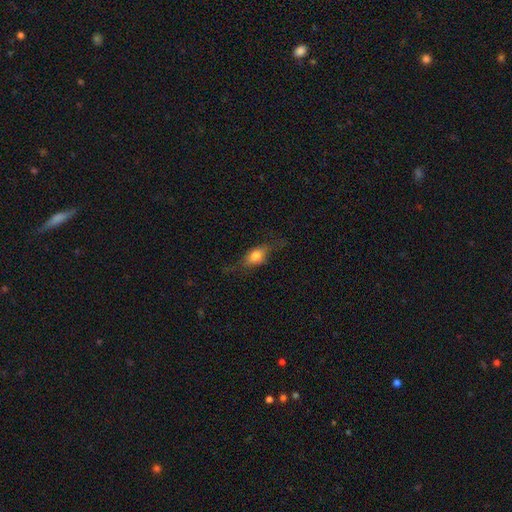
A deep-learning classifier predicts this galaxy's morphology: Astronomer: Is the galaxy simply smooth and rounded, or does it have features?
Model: smooth — 61%.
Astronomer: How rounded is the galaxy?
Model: in between — 70%.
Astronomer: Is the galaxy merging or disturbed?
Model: none — 64%.